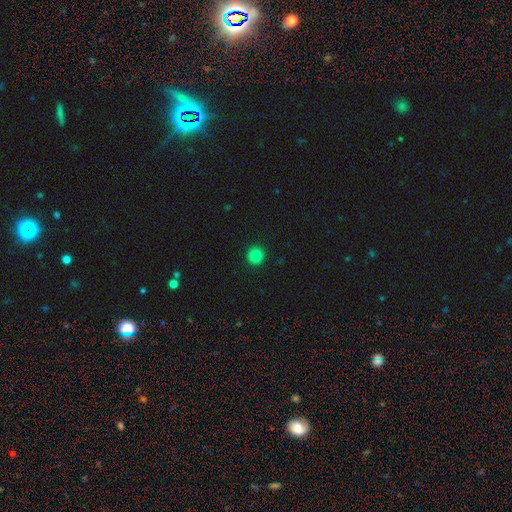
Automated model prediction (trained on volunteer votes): smooth 84%, star or artifact 12%, featured or disk 4%. Down the decision tree: how rounded — round (94%); merging — none (92%).